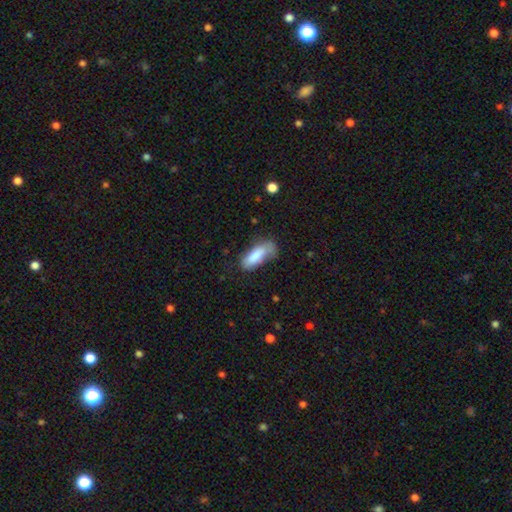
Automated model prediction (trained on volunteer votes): smooth_or_featured: smooth (p=0.81) [alt: featured or disk p=0.12]
how_rounded: in between (p=0.71) [alt: cigar-shaped p=0.27]
merging: none (p=0.47) [alt: minor disturbance p=0.33]